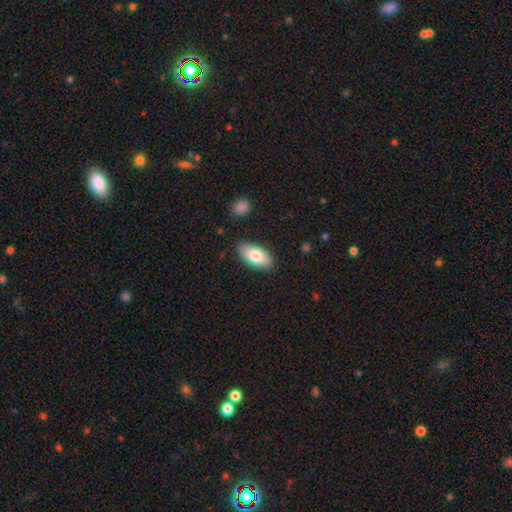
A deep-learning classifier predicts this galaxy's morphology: smooth 79%, featured or disk 15%, star or artifact 6%. Down the decision tree: how rounded — in between (93%); merging — none (84%).